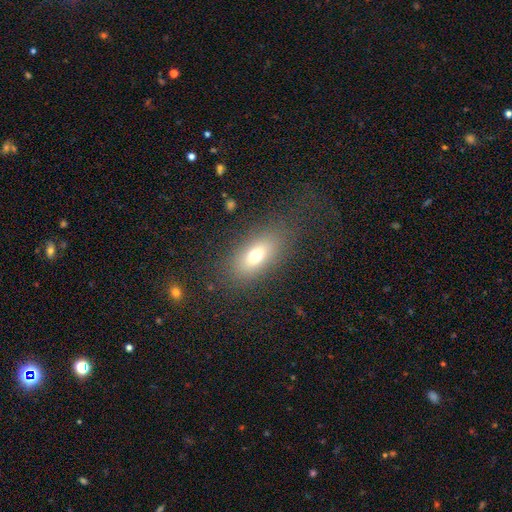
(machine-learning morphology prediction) Smooth or featured? smooth (69%)
How rounded? in between (80%)
Merging? none (81%)